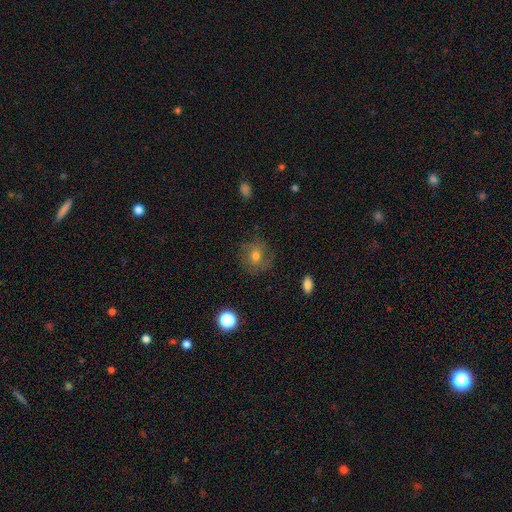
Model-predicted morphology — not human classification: A smooth galaxy with no disk features (52%) that is round (85%). Merging: none (77%).